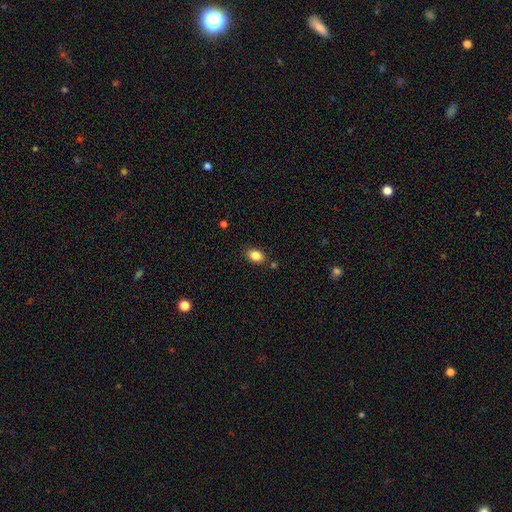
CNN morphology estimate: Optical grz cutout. It shows a smooth galaxy with no disk features (86%) that is in between round and cigar-shaped (84%). Merging: none (82%).